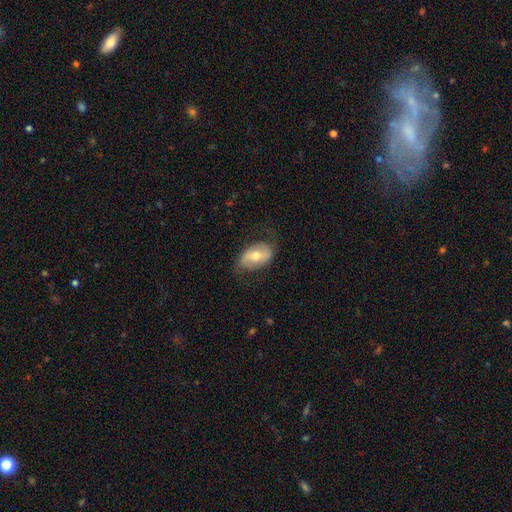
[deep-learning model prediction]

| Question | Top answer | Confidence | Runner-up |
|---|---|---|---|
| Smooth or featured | featured or disk | 56% | smooth (37%) |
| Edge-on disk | no | 94% | yes (6%) |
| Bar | no | 39% | weak (37%) |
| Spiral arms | yes | 74% | no (26%) |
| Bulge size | moderate | 66% | small (28%) |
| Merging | none | 67% | minor disturbance (22%) |